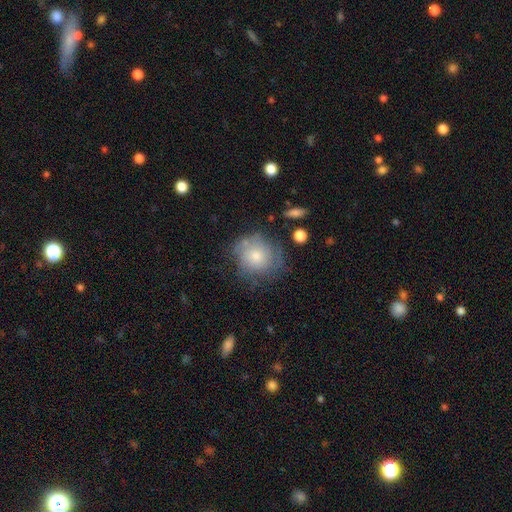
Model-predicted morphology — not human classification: The model was most divided on "merging": none: 57%, minor disturbance: 26%, major disturbance: 13%, merger: 4%. More confident: how rounded — round (84%); smooth or featured — smooth (65%).